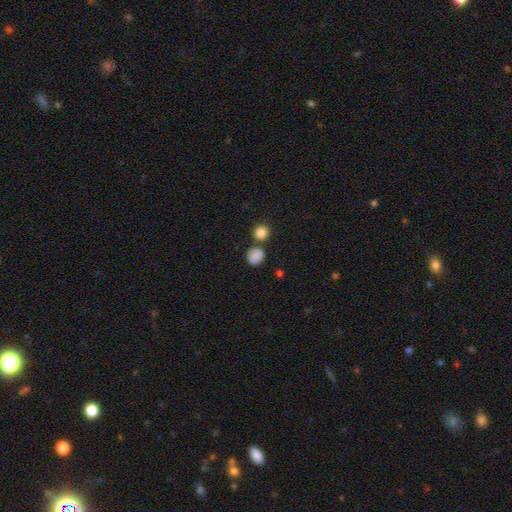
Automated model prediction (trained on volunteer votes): A smooth galaxy with no disk features (82%) that is round (82%). Merging: none (61%).